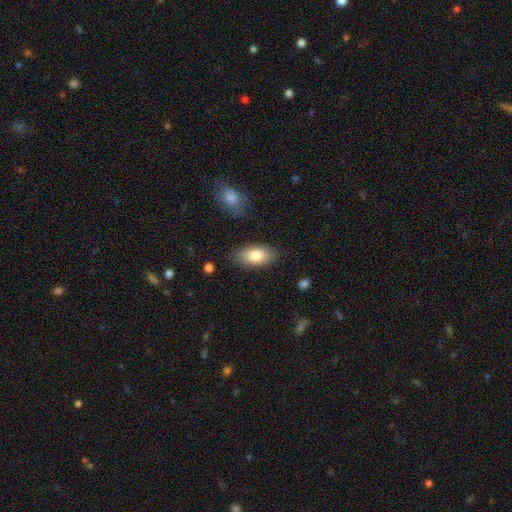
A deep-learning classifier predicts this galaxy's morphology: Smooth or featured: smooth — 81% (featured or disk — 12%)
How rounded: in between — 93% (cigar-shaped — 4%)
Merging: none — 84% (minor disturbance — 11%)